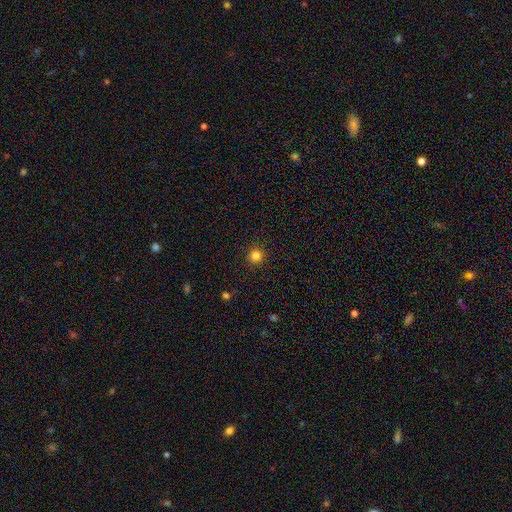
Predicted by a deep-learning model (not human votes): This appears to be a smooth galaxy with no disk features (82%) that is round (94%). Merging: none (91%).